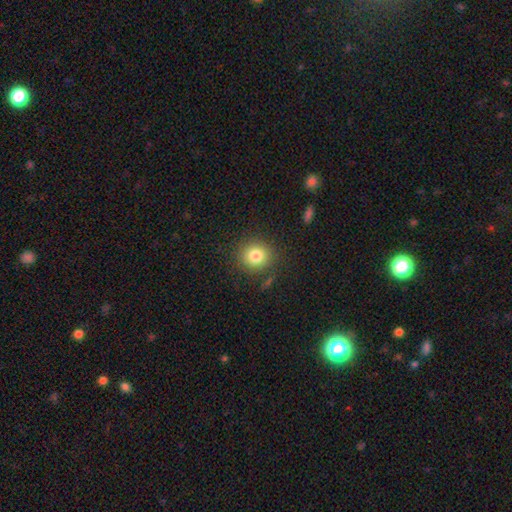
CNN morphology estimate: Smooth or featured? smooth (82%)
How rounded? round (86%)
Merging? none (84%)